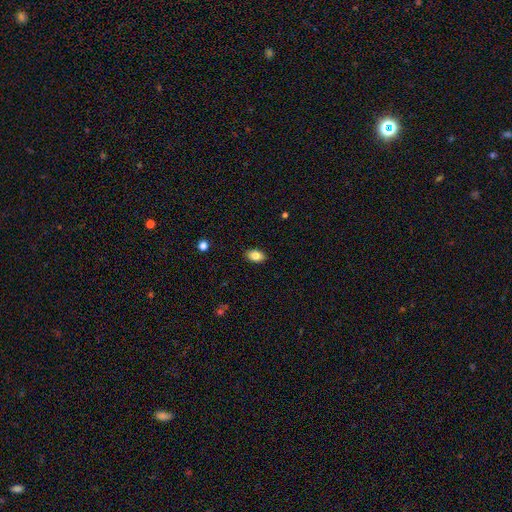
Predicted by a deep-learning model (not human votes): This appears to be a smooth galaxy with no disk features (84%) that is in between round and cigar-shaped (87%). Merging: none (89%).